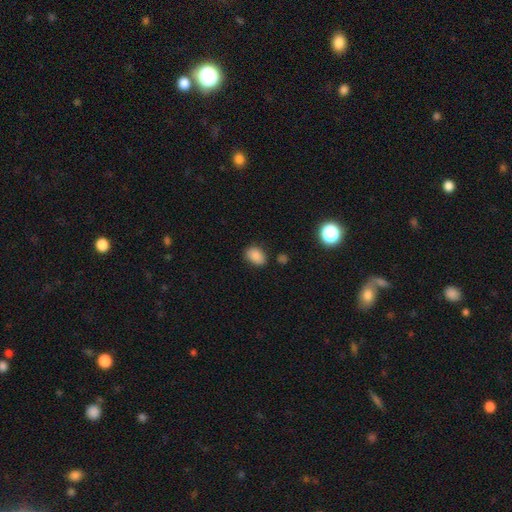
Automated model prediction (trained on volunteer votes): Smooth or featured? smooth (84%)
How rounded? in between (76%)
Merging? none (82%)